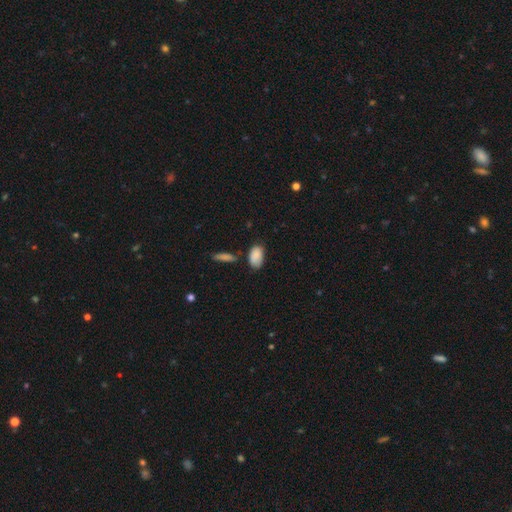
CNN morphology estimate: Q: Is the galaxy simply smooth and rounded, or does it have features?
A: smooth — 87%.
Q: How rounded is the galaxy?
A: in between — 92%.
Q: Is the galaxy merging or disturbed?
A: none — 65%.